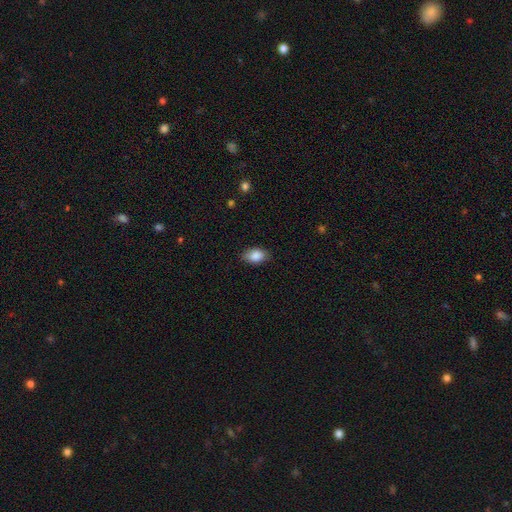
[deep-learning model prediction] This is clearly a smooth galaxy (87%). How rounded: clearly in between (88%). Merging: clearly none (82%).